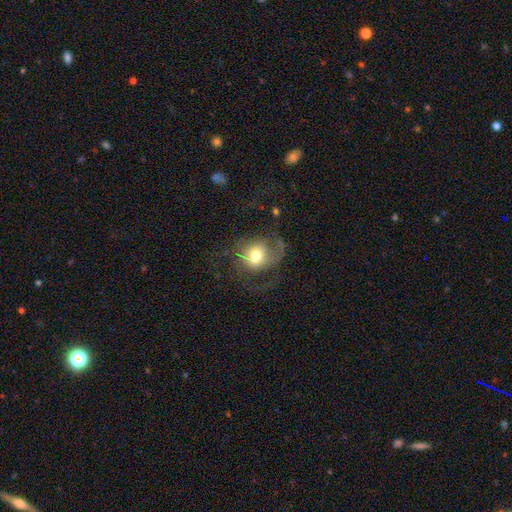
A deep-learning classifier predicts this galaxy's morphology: Overall: smooth (46%; featured or disk 45%). Merging: none (40%; major disturbance 39%).